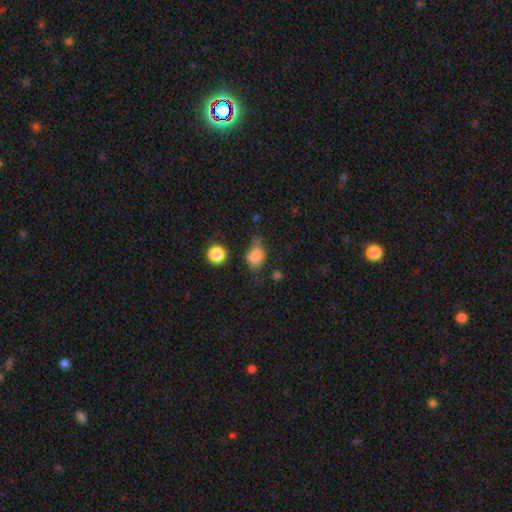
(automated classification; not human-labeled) smooth 71%, featured or disk 16%, star or artifact 13%. Down the decision tree: how rounded — in between (67%); merging — none (37%).